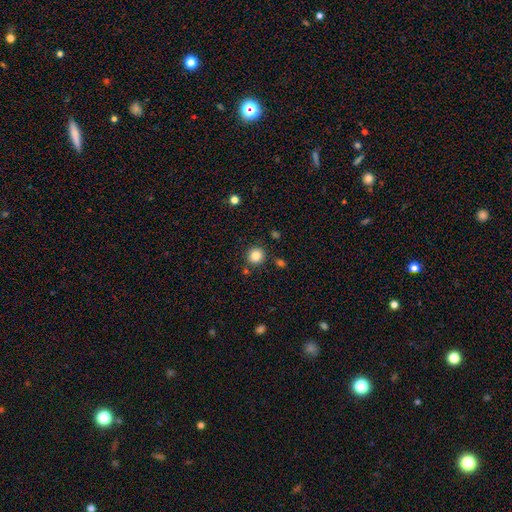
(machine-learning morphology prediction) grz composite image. It shows a smooth galaxy with no disk features (85%) that is round (93%). Merging: none (87%).